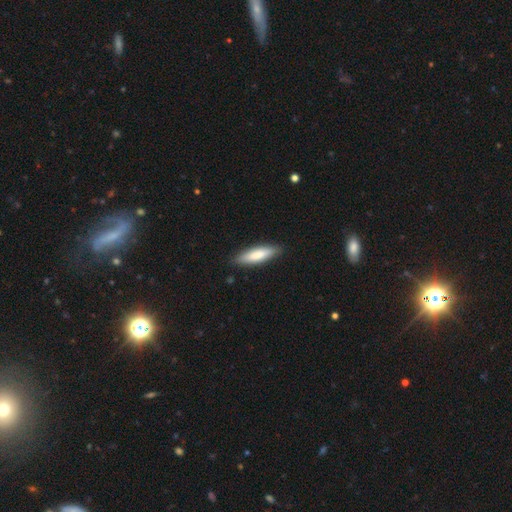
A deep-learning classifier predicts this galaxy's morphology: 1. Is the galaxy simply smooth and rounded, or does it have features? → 78% smooth, 17% featured or disk, 5% star or artifact.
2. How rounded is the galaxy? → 66% cigar-shaped, 33% in between, 1% round.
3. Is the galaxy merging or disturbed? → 87% none, 10% minor disturbance, 2% major disturbance, 1% merger.